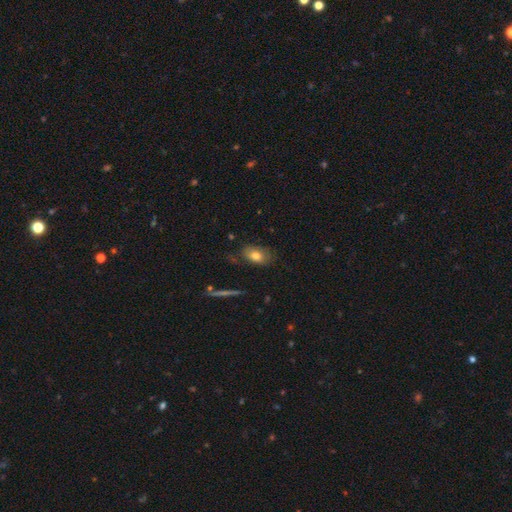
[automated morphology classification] A smooth galaxy with no disk features (76%) that is in between round and cigar-shaped (87%). Merging: none (75%).